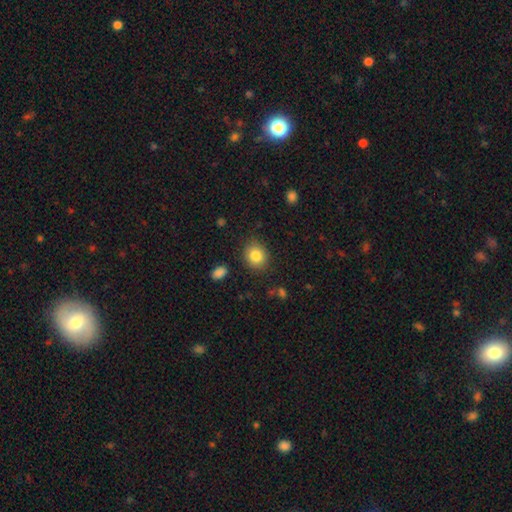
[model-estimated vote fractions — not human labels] Smooth or featured: smooth — 83% (star or artifact — 9%)
How rounded: round — 70% (in between — 29%)
Merging: none — 85% (minor disturbance — 10%)